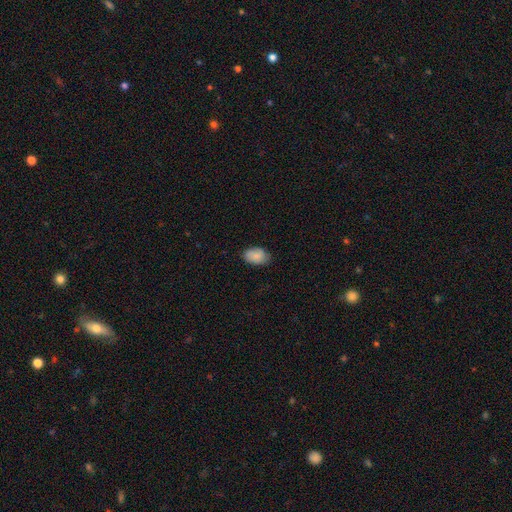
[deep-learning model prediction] The model was most divided on "merging": none: 79%, minor disturbance: 17%, major disturbance: 3%, merger: 1%. More confident: how rounded — in between (89%); smooth or featured — smooth (87%).